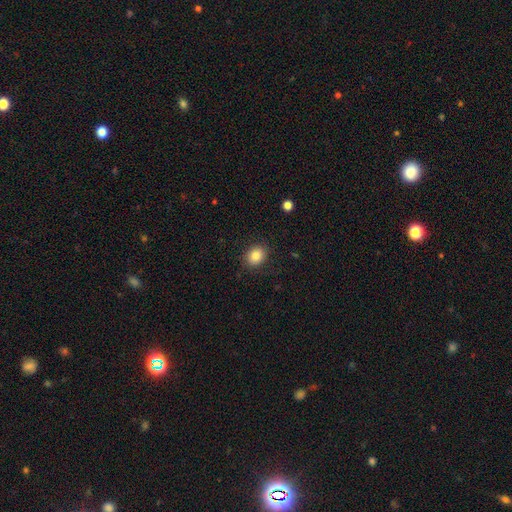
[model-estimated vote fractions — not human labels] A smooth galaxy with no disk features (84%) that is round (53%). Merging: none (87%).